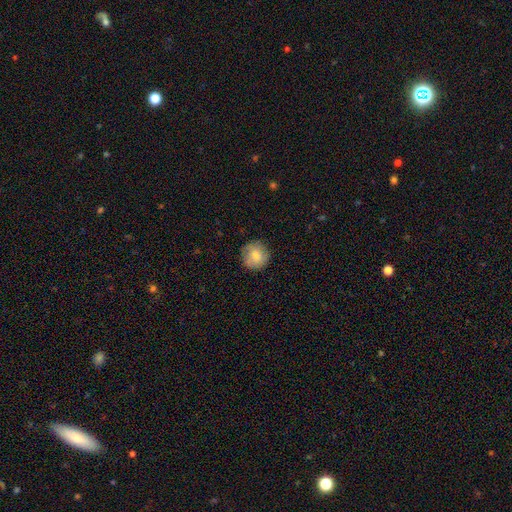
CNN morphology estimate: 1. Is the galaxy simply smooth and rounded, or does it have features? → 76% smooth, 16% featured or disk, 7% star or artifact.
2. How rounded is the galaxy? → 93% round, 6% in between, 1% cigar-shaped.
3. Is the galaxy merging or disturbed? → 84% none, 12% minor disturbance, 3% major disturbance, 1% merger.